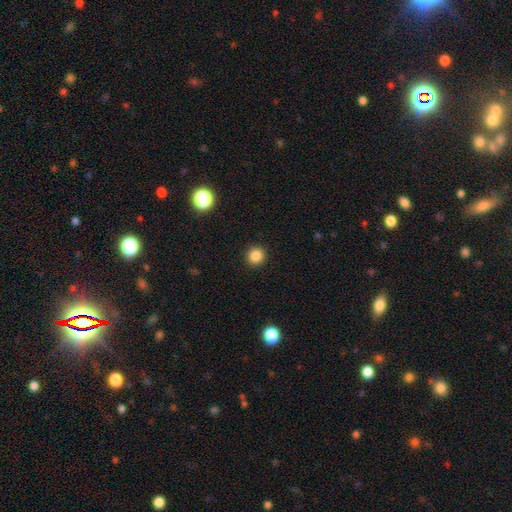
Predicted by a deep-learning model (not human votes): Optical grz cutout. It shows a smooth galaxy with no disk features (86%) that is round (92%). Merging: none (92%).